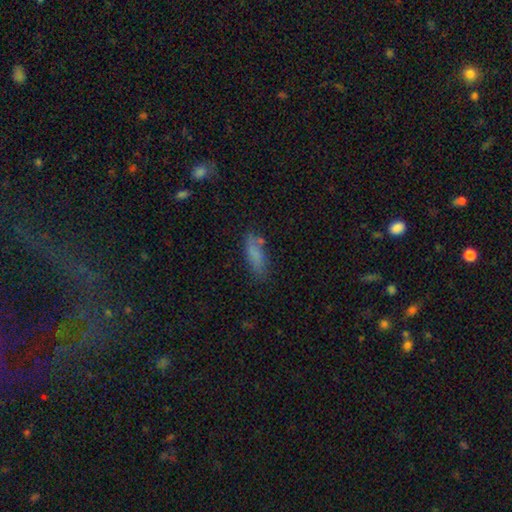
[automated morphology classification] Q: Smooth or featured?
A: smooth (76%); runner-up: featured or disk (15%)
Q: How rounded?
A: in between (66%); runner-up: cigar-shaped (32%)
Q: Merging?
A: none (62%); runner-up: minor disturbance (22%)